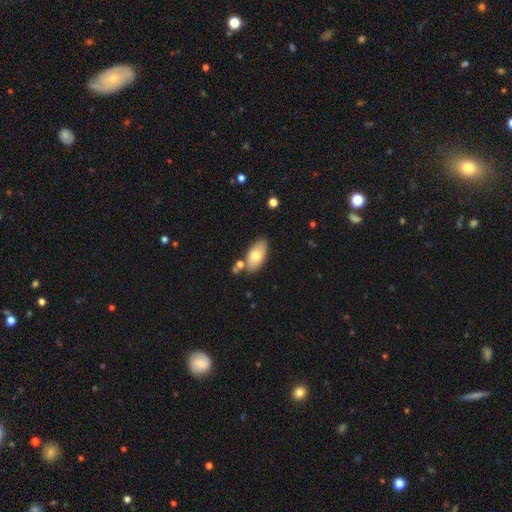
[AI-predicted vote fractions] A smooth galaxy with no disk features (73%) that is in between round and cigar-shaped (92%).

Vote fractions:
- Smooth or featured? smooth: 73% / featured or disk: 21% / star or artifact: 6%
- How rounded? in between: 92% / cigar-shaped: 5% / round: 3%
- Merging? none: 75% / minor disturbance: 14% / merger: 8% / major disturbance: 3%